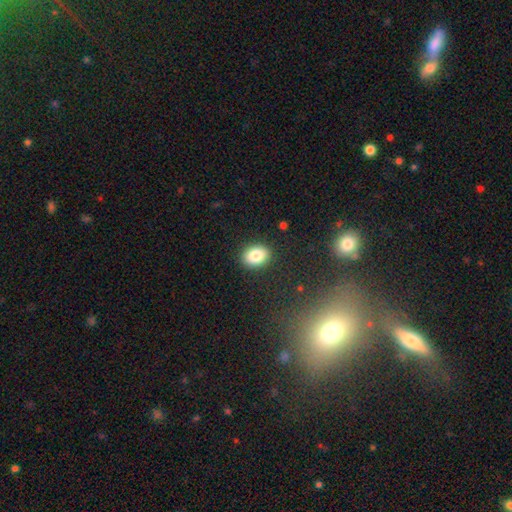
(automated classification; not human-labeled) Morphology: type=smooth (84%); roundness=in between (67%); merging=none (89%).